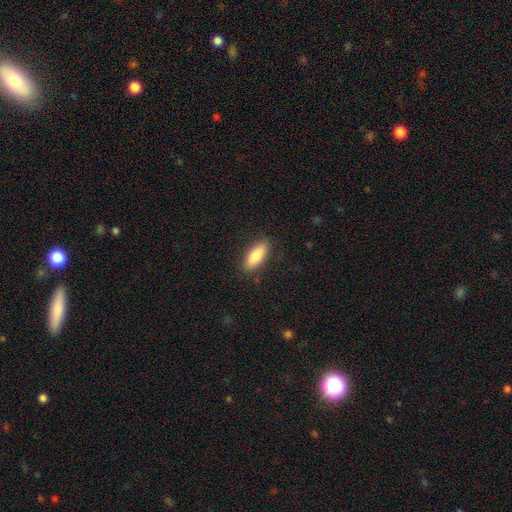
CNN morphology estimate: The model was most divided on "how rounded": in between: 70%, cigar-shaped: 28%, round: 2%. More confident: merging — none (87%); smooth or featured — smooth (84%).